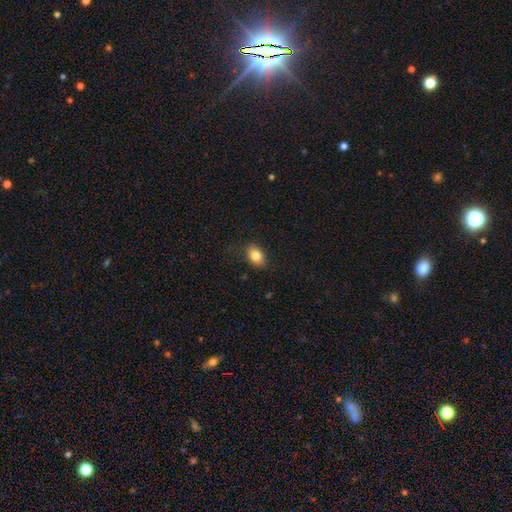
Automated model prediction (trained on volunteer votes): This is clearly a smooth galaxy (83%). How rounded: likely in between (76%). Merging: clearly none (84%).